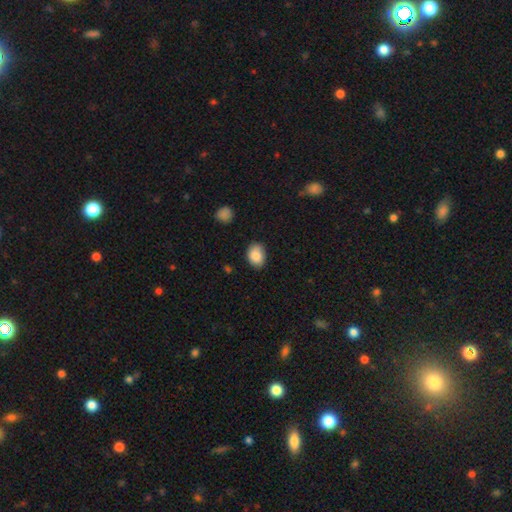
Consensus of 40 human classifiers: smooth_or_featured: smooth (p=0.90) [alt: featured or disk p=0.07]
how_rounded: in between (p=0.78) [alt: round p=0.22]
merging: none (p=0.79) [alt: minor disturbance p=0.15]